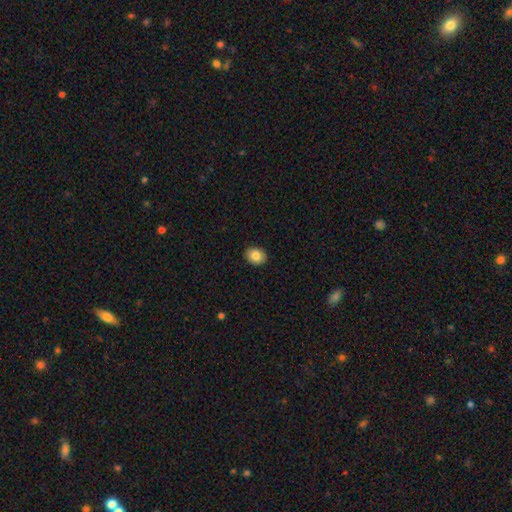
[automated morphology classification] Smooth or featured?
  - smooth: 85% *
  - star or artifact: 8%
  - featured or disk: 7%
How rounded?
  - in between: 56% *
  - round: 44%
  - cigar-shaped: 1%
Merging?
  - none: 91% *
  - minor disturbance: 7%
  - major disturbance: 2%
  - merger: 1%